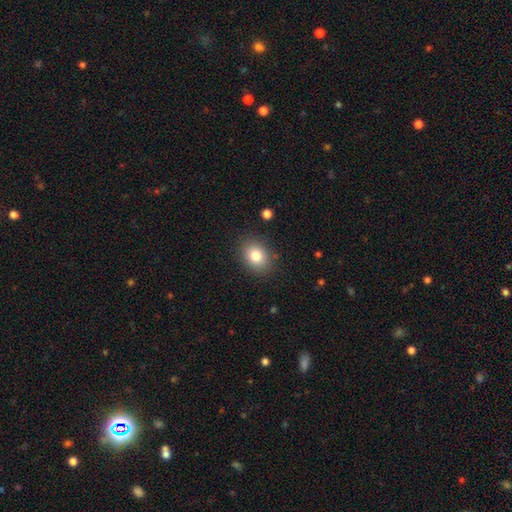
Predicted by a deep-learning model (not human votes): Q: Smooth or featured?
A: smooth (82%); runner-up: star or artifact (10%)
Q: How rounded?
A: in between (55%); runner-up: round (45%)
Q: Merging?
A: none (86%); runner-up: minor disturbance (9%)